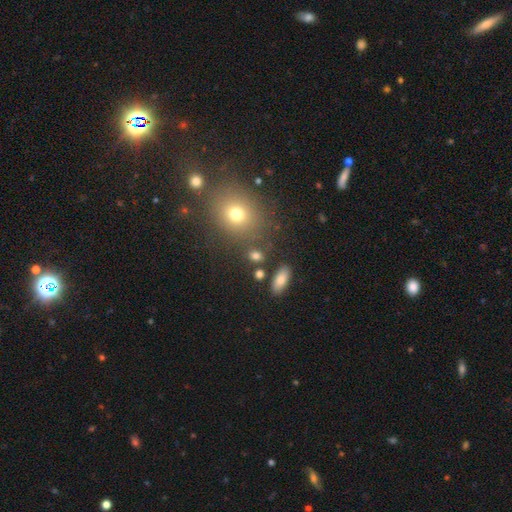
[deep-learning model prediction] A smooth galaxy with no disk features (75%) that is in between round and cigar-shaped (53%). Merging: none (75%).